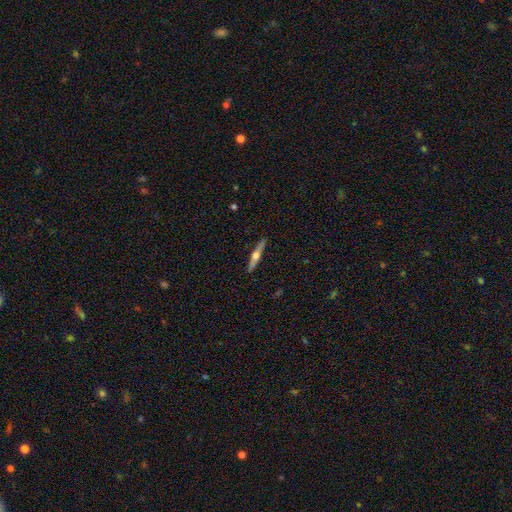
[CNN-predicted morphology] The model was most divided on "smooth or featured": featured or disk: 67%, smooth: 28%, star or artifact: 6%. More confident: edge-on disk — yes (97%); edge-on bulge — rounded (93%); merging — none (90%).